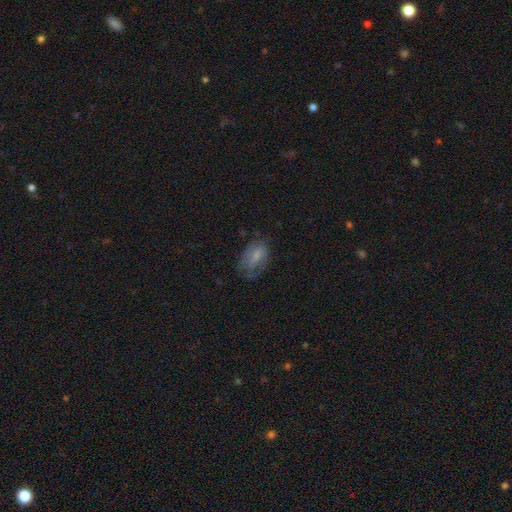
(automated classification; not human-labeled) Smooth or featured: smooth — 57% (featured or disk — 34%)
How rounded: in between — 85% (round — 13%)
Merging: none — 54% (minor disturbance — 27%)